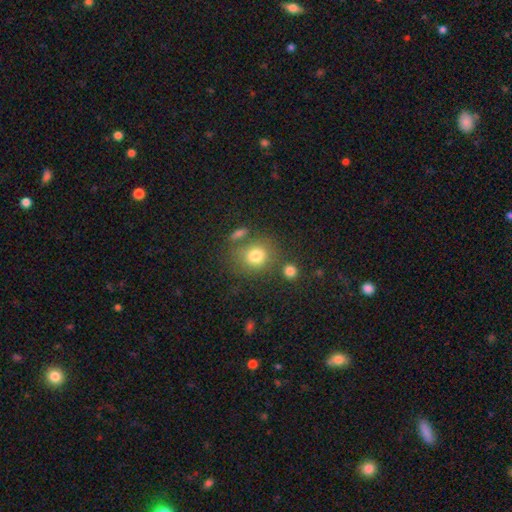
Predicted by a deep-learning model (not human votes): This appears to be a smooth galaxy with no disk features (79%) that is round (75%). Merging: none (65%).